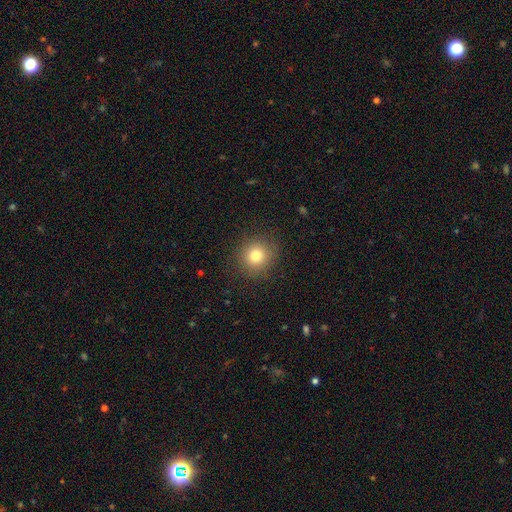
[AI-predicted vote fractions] A smooth galaxy with no disk features (79%) that is round (89%). Merging: none (88%).